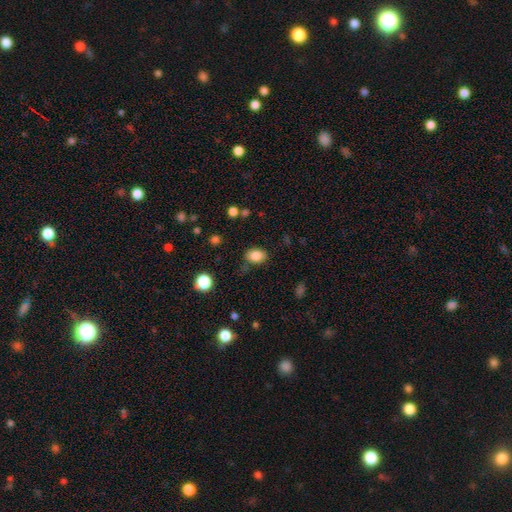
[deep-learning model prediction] Smooth or featured: smooth — 84% (star or artifact — 10%)
How rounded: in between — 76% (round — 23%)
Merging: none — 75% (minor disturbance — 18%)